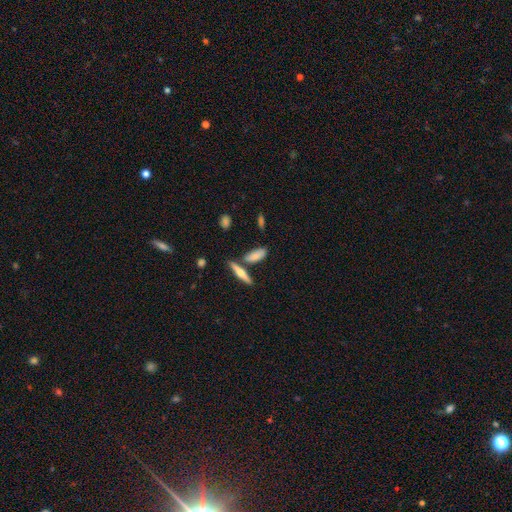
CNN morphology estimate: type=smooth (74%); roundness=in between (62%); merging=none (67%).